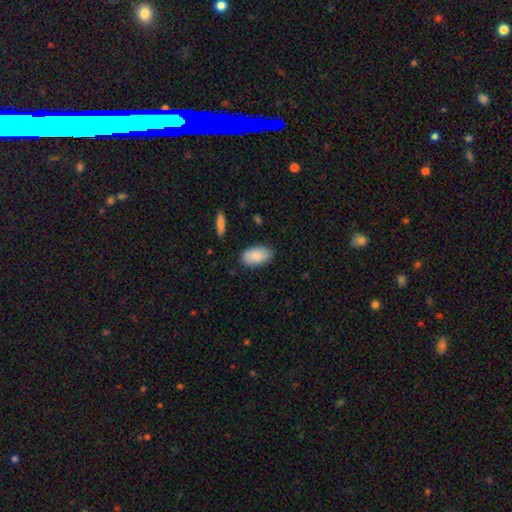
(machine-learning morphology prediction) smooth-or-featured: smooth: 88% | featured or disk: 7% | star or artifact: 6%
  how-rounded: in between: 95% | round: 3% | cigar-shaped: 2%
  merging: none: 84% | minor disturbance: 12% | major disturbance: 2% | merger: 1%